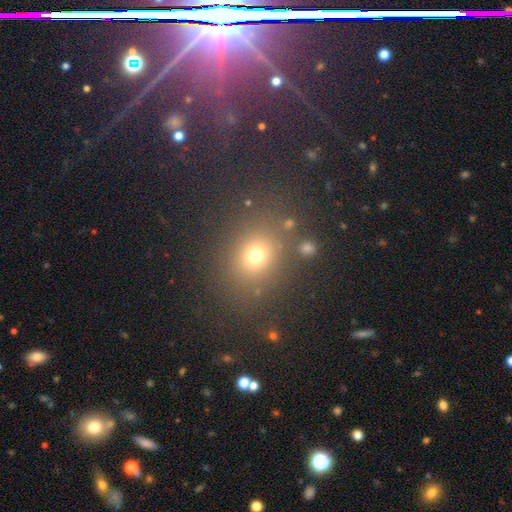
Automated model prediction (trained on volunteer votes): This is likely a smooth galaxy (70%). How rounded: likely round (67%). Merging: likely none (80%).